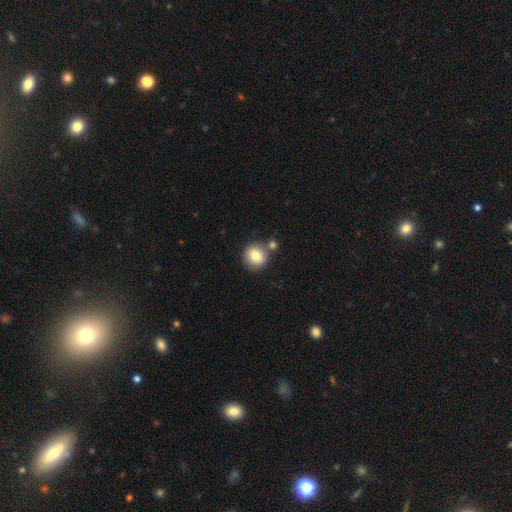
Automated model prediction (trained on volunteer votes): Overall: smooth (81%). How rounded: round (82%). Merging: none (68%).